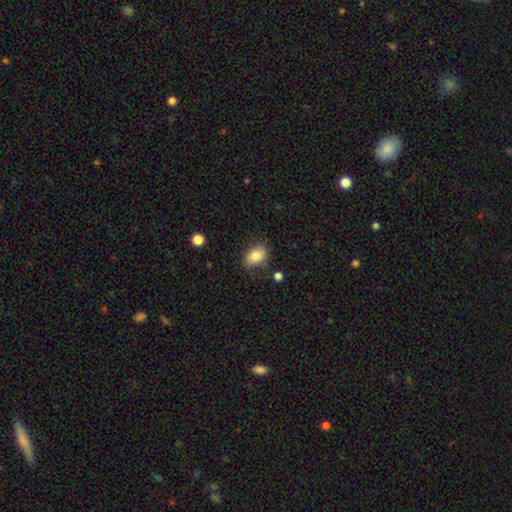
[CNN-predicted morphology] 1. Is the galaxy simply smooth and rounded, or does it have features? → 83% smooth, 9% featured or disk, 8% star or artifact.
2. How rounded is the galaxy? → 81% in between, 18% round, 1% cigar-shaped.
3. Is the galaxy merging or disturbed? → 73% none, 18% minor disturbance, 5% major disturbance, 3% merger.